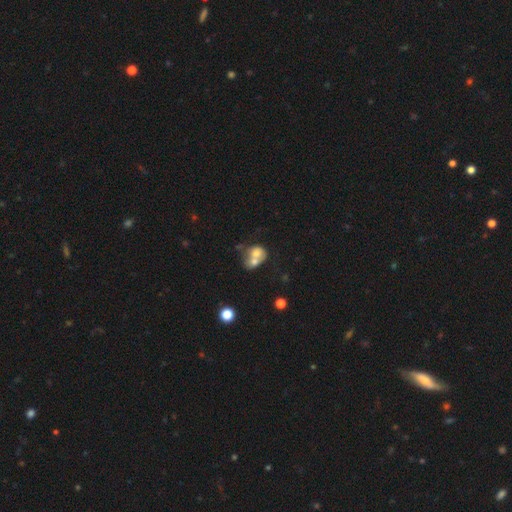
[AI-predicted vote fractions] Smooth or featured?
  - smooth: 64% *
  - featured or disk: 26%
  - star or artifact: 10%
How rounded?
  - round: 50% *
  - in between: 49%
  - cigar-shaped: 1%
Merging?
  - merger: 71% *
  - none: 16%
  - minor disturbance: 7%
  - major disturbance: 6%